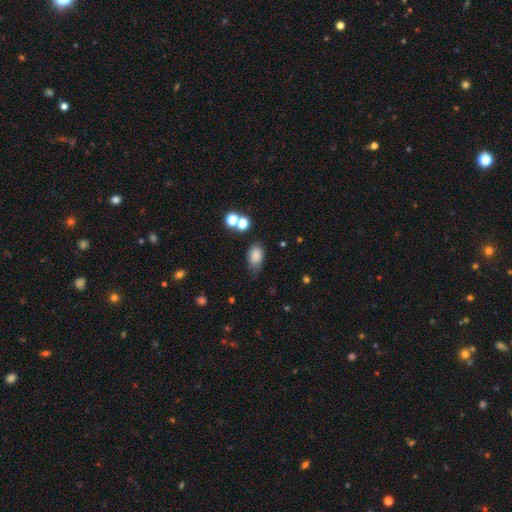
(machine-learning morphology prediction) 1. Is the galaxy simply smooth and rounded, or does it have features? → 83% smooth, 10% star or artifact, 6% featured or disk.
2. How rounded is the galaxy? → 87% in between, 11% round, 2% cigar-shaped.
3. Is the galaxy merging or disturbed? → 65% none, 23% minor disturbance, 7% major disturbance, 6% merger.